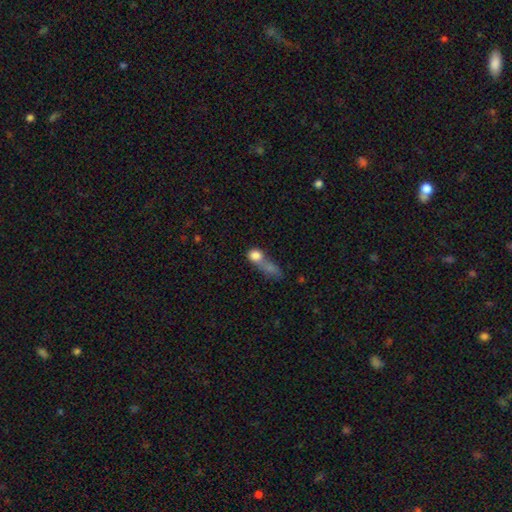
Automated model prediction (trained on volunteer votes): A smooth galaxy with no disk features (74%) that is round (53%).

Vote fractions:
- Smooth or featured? smooth: 74% / featured or disk: 15% / star or artifact: 11%
- How rounded? round: 53% / in between: 36% / cigar-shaped: 11%
- Merging? merger: 55% / none: 20% / major disturbance: 15% / minor disturbance: 10%